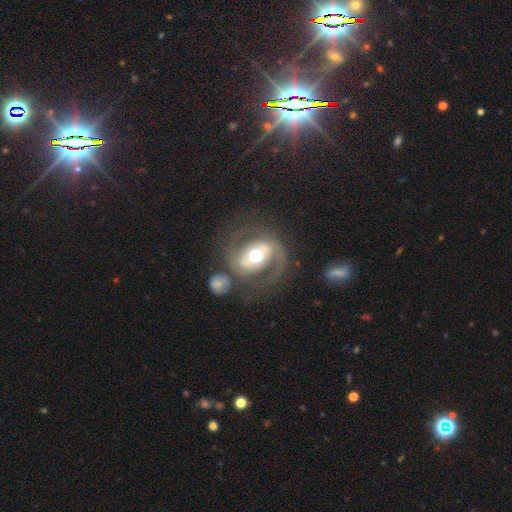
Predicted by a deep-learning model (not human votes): featured or disk 79%, smooth 15%, star or artifact 6%. Down the decision tree: edge-on disk — no (97%); bar — strong (35%); spiral arms — yes (80%); spiral arm count — 2 (87%); spiral winding — medium (52%); bulge size — moderate (66%); merging — none (65%).